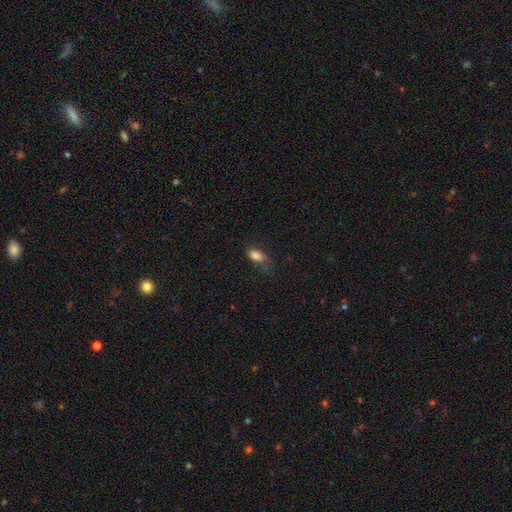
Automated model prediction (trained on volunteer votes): This appears to be a smooth galaxy with no disk features (82%) that is in between round and cigar-shaped (89%). Merging: none (56%).